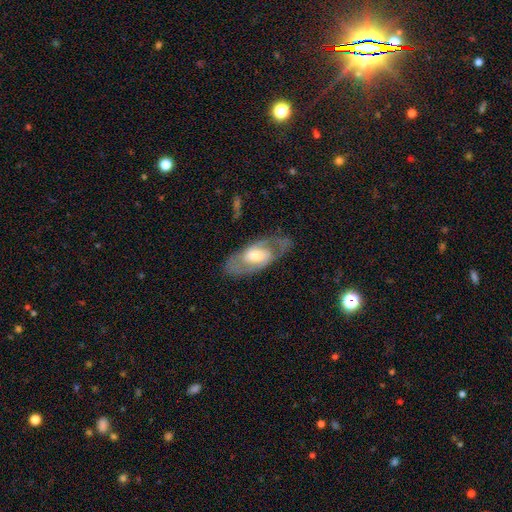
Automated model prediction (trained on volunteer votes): Overall: featured or disk (71%). Edge-on disk: no (89%). Bar: no (43%; weak 41%). Spiral arms: yes (75%). Bulge size: moderate (58%; large 21%). Merging: none (74%).